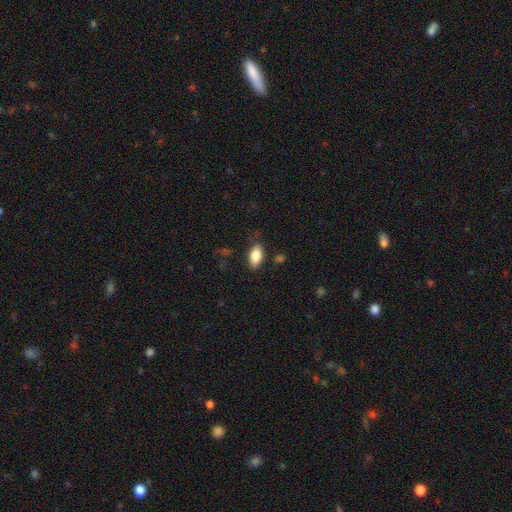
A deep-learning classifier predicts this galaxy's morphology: type=smooth (83%); roundness=in between (91%); merging=none (80%).